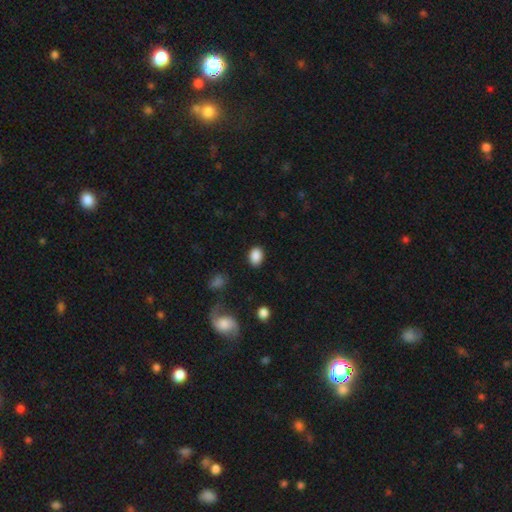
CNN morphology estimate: Smooth or featured? Predicted: smooth (p=0.88). How rounded? Predicted: in between (p=0.72). Merging? Predicted: none (p=0.87).